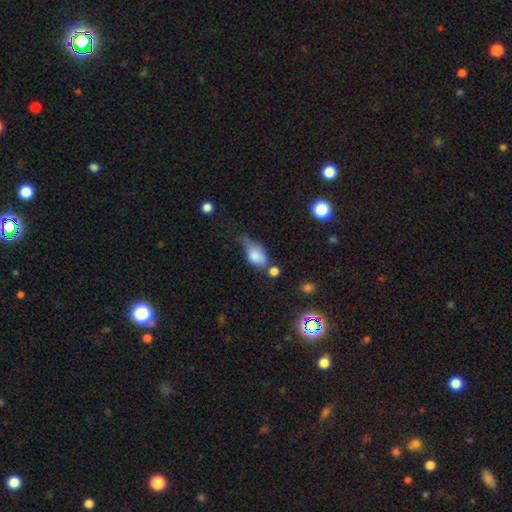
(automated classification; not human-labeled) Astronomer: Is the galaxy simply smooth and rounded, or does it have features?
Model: smooth — 74%.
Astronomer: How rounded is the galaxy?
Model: in between — 85%.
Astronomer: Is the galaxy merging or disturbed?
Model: minor disturbance — 34% (runner-up: major disturbance, 27%).